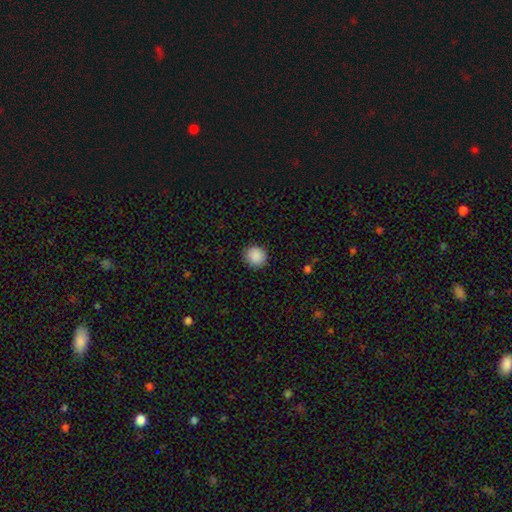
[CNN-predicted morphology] A smooth galaxy with no disk features (89%) that is round (92%). Merging: none (90%).